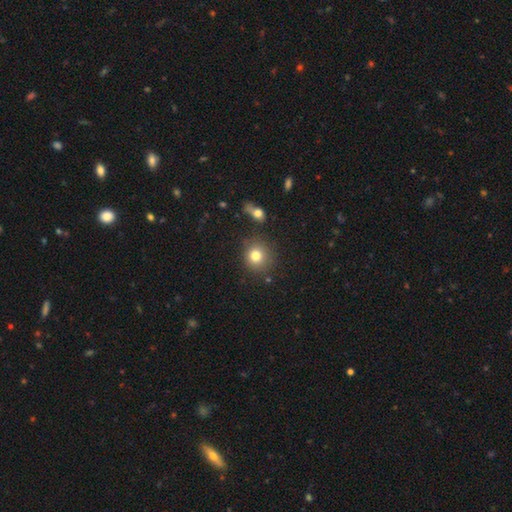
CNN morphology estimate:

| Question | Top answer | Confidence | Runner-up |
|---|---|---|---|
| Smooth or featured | smooth | 80% | star or artifact (12%) |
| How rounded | round | 87% | in between (12%) |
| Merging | none | 80% | minor disturbance (10%) |